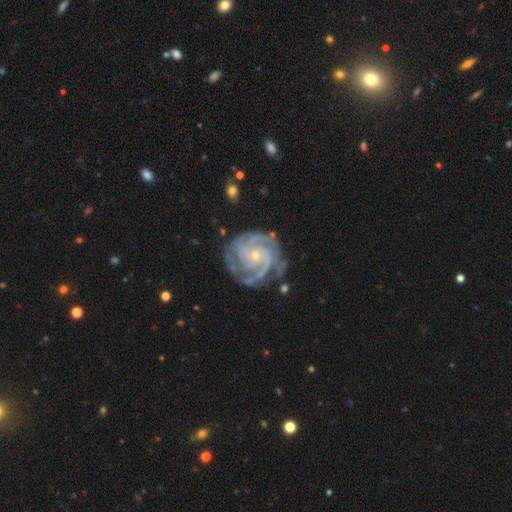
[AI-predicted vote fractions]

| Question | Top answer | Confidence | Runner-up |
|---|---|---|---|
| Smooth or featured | featured or disk | 92% | star or artifact (5%) |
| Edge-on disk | no | 98% | yes (2%) |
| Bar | no | 73% | weak (20%) |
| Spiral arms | yes | 98% | no (2%) |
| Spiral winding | tight | 70% | medium (27%) |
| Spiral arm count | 3 | 38% | 4 (23%) |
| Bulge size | small | 77% | moderate (20%) |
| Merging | none | 76% | minor disturbance (17%) |